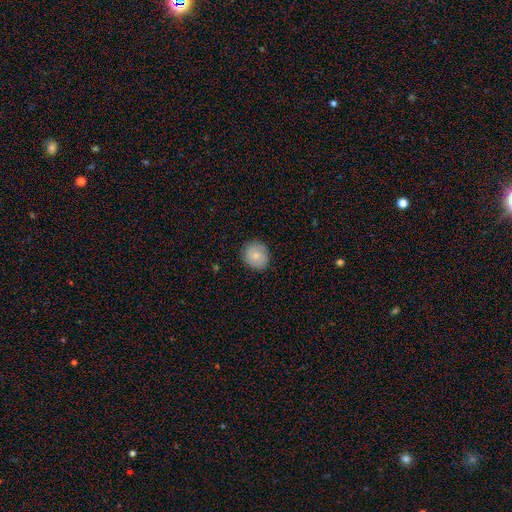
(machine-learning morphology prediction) This is likely a smooth galaxy (68%). How rounded: clearly round (80%). Merging: clearly none (84%).